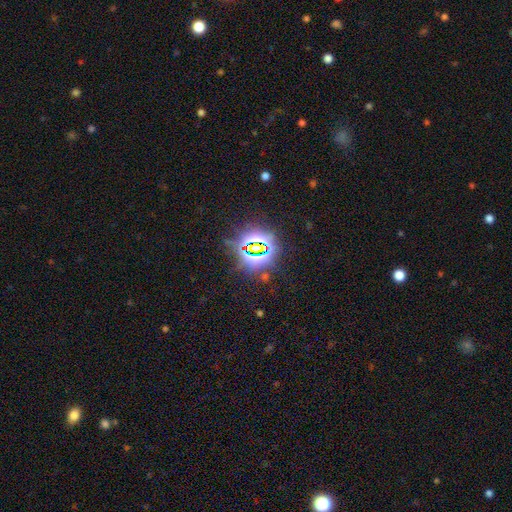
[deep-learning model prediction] Smooth or featured?
  - star or artifact: 82% *
  - smooth: 11%
  - featured or disk: 8%